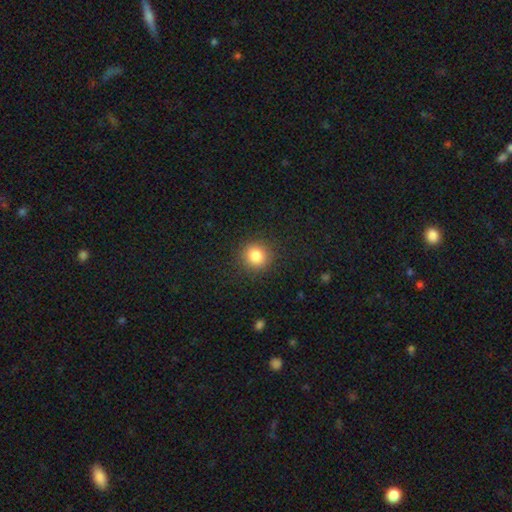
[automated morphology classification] Smooth or featured: smooth — 84% (star or artifact — 11%)
How rounded: round — 90% (in between — 9%)
Merging: none — 90% (minor disturbance — 7%)